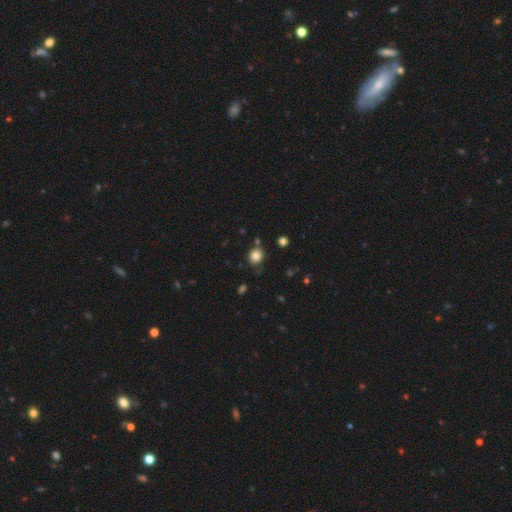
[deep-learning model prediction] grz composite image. It shows a smooth galaxy with no disk features (82%) that is round (77%). Merging: none (78%).